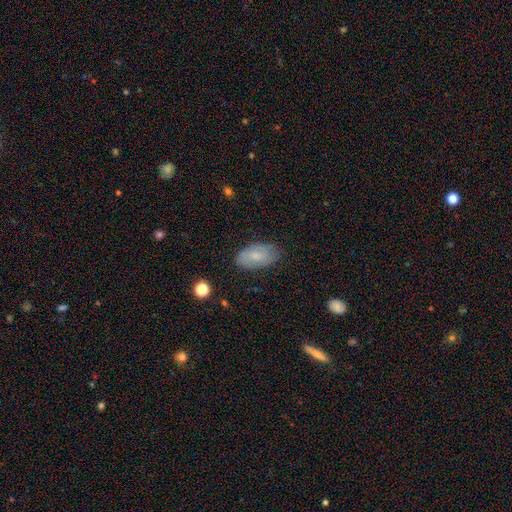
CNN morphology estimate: Overall: smooth (72%). How rounded: in between (94%). Merging: none (78%).